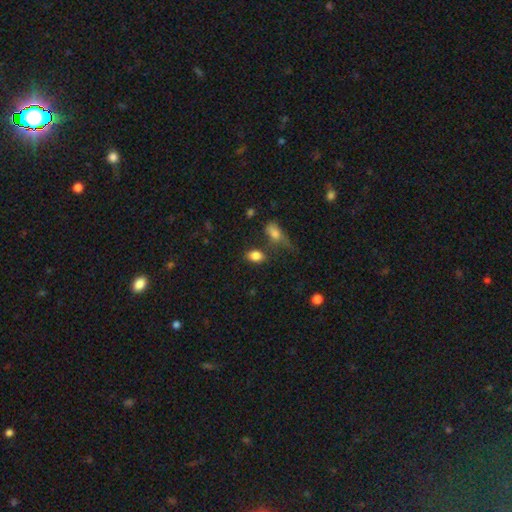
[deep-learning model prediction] A smooth galaxy with no disk features (84%) that is in between round and cigar-shaped (84%). Merging: none (69%).